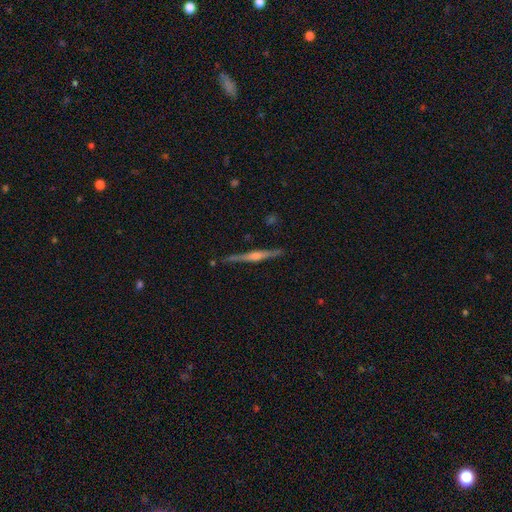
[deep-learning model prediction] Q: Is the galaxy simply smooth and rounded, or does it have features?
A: featured or disk — 80%.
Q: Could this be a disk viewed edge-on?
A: yes — 98%.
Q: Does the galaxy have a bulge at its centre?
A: rounded — 83%.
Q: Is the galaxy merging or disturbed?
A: none — 89%.